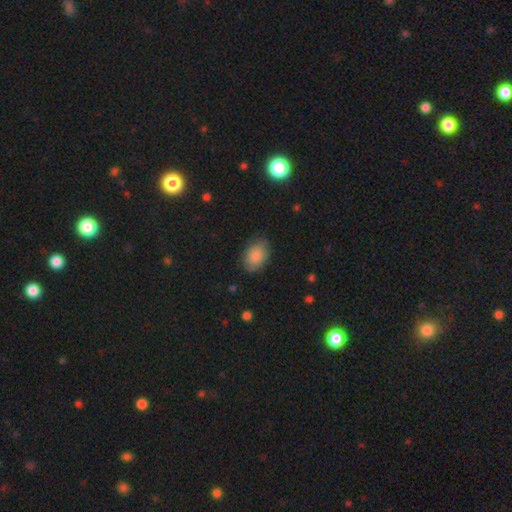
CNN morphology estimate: Smooth or featured? smooth (85%)
How rounded? in between (83%)
Merging? none (76%)